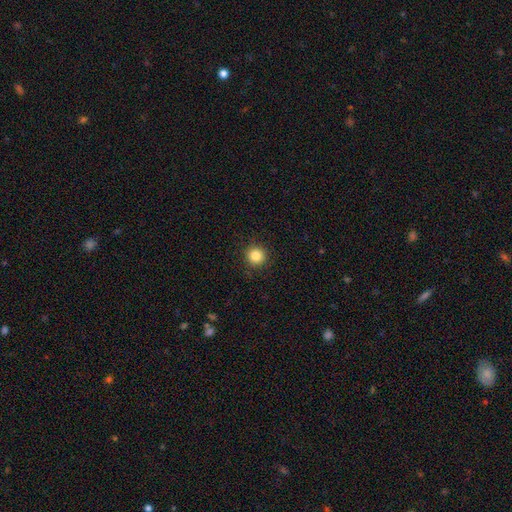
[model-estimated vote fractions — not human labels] Smooth or featured?
  - smooth: 84% *
  - star or artifact: 11%
  - featured or disk: 5%
How rounded?
  - round: 94% *
  - in between: 5%
  - cigar-shaped: 1%
Merging?
  - none: 91% *
  - minor disturbance: 6%
  - major disturbance: 2%
  - merger: 1%